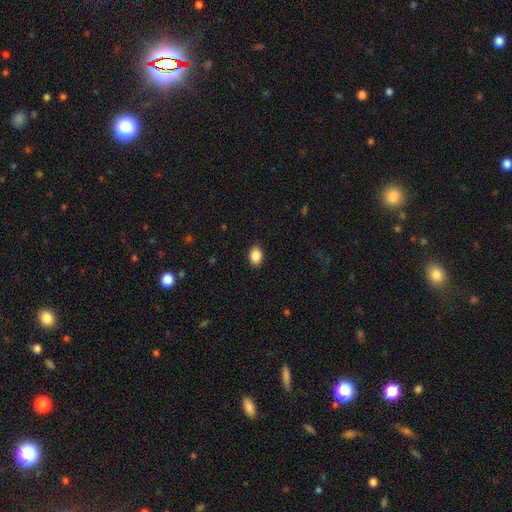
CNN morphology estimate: Smooth or featured: smooth — 88% (star or artifact — 8%)
How rounded: in between — 76% (round — 23%)
Merging: none — 89% (minor disturbance — 8%)